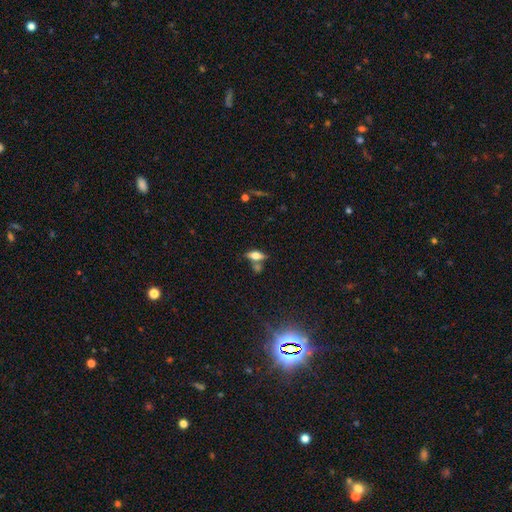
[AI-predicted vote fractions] This appears to be a smooth galaxy with no disk features (58%) that is in between round and cigar-shaped (75%). Merging: none (58%).